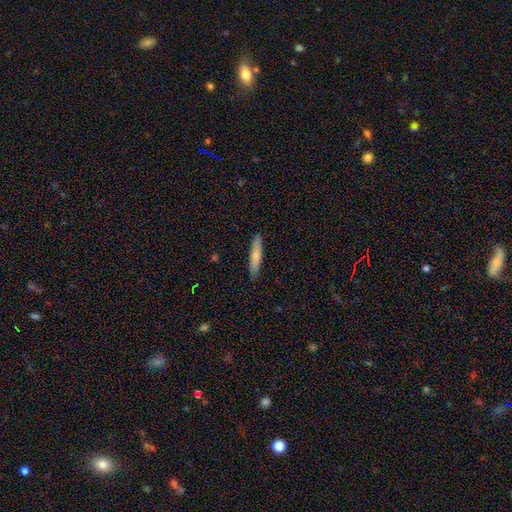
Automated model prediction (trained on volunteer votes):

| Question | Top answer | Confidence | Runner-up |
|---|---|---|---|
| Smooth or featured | smooth | 70% | featured or disk (25%) |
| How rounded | cigar-shaped | 89% | in between (9%) |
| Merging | none | 90% | minor disturbance (8%) |